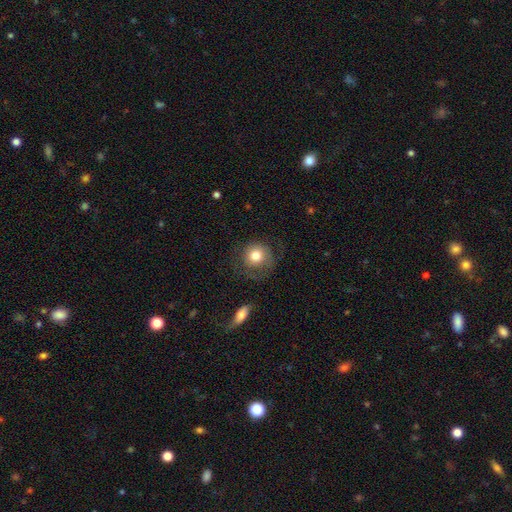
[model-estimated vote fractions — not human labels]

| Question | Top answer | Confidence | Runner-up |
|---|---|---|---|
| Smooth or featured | smooth | 77% | featured or disk (14%) |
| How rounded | round | 88% | in between (11%) |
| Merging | none | 60% | minor disturbance (20%) |